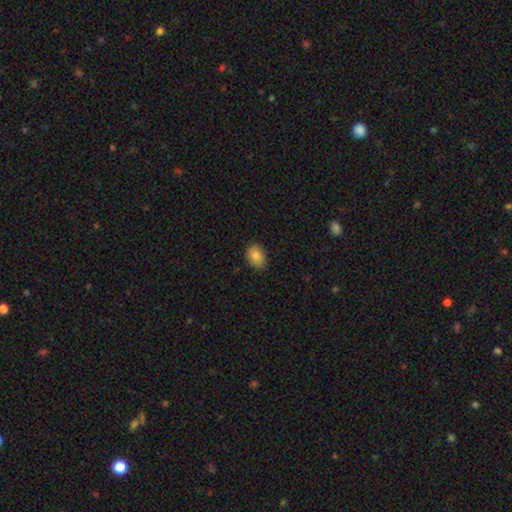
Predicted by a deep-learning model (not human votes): Q: Smooth or featured?
A: smooth (84%); runner-up: featured or disk (8%)
Q: How rounded?
A: in between (65%); runner-up: round (34%)
Q: Merging?
A: none (85%); runner-up: minor disturbance (12%)